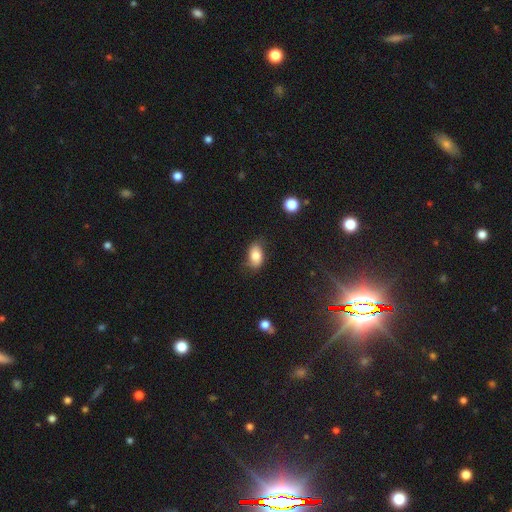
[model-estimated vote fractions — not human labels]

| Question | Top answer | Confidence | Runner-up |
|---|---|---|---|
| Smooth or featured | smooth | 77% | featured or disk (15%) |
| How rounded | in between | 89% | round (9%) |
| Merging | none | 67% | minor disturbance (25%) |